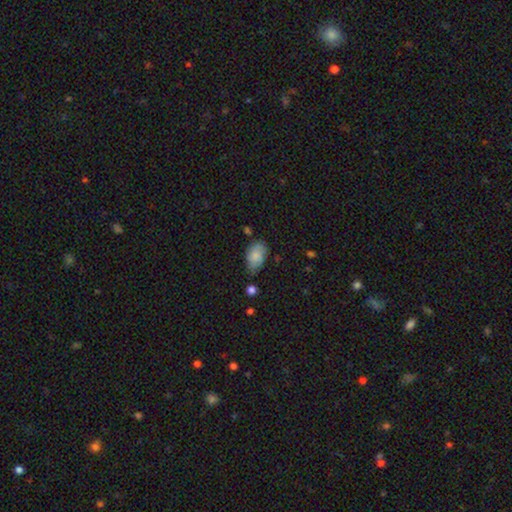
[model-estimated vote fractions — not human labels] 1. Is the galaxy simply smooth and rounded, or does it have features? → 78% smooth, 14% featured or disk, 7% star or artifact.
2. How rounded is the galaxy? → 89% in between, 10% round, 1% cigar-shaped.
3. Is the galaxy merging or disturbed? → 53% none, 35% minor disturbance, 8% major disturbance, 4% merger.